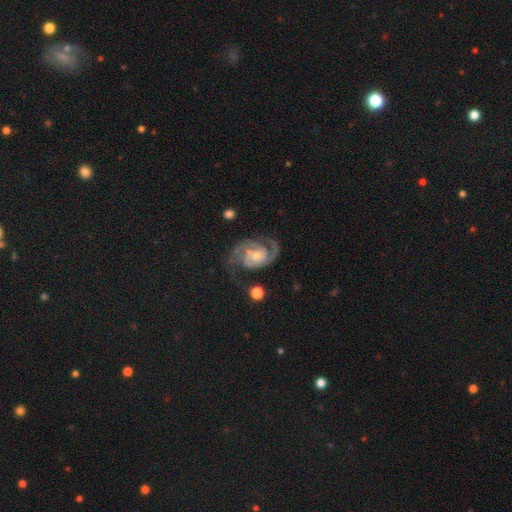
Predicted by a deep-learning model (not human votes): Morphology: type=featured or disk (90%); edge-on=no (98%); bar=no (67%); spiral arms=yes (98%); winding=medium (50%); arm count=2 (87%); bulge=small (59%); merging=none (62%).